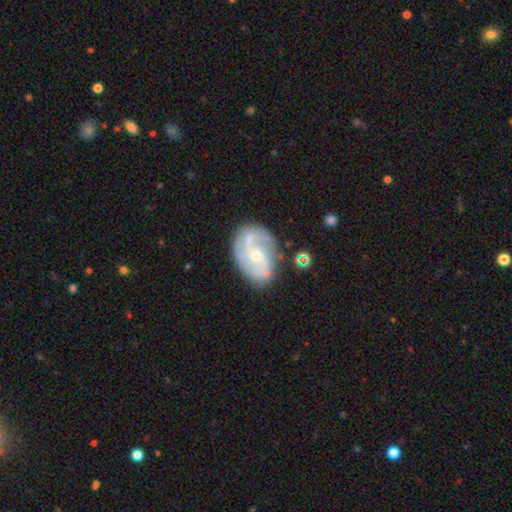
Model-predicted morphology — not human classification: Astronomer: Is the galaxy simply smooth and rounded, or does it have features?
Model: featured or disk — 84%.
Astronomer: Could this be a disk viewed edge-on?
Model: no — 97%.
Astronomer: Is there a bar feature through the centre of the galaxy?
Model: no — 60%.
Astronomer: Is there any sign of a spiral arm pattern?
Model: yes — 94%.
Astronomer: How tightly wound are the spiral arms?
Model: medium — 47% (runner-up: tight, 34%).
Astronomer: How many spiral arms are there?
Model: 2 — 61%.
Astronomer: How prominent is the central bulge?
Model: small — 67%.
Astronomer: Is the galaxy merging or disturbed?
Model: none — 69%.